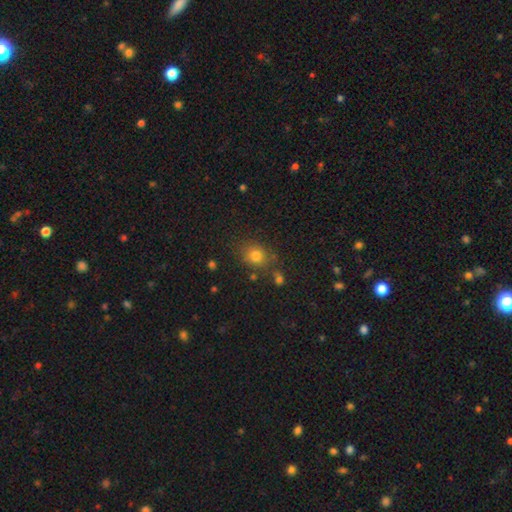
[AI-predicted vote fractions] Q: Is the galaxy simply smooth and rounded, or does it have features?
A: smooth — 77%.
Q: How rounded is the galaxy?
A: round — 70%.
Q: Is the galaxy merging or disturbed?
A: none — 76%.